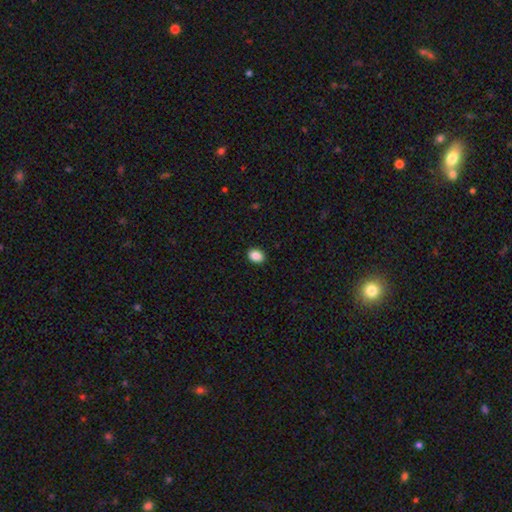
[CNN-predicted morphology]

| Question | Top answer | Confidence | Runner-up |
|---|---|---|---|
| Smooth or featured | smooth | 88% | star or artifact (9%) |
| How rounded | in between | 67% | round (32%) |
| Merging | none | 91% | minor disturbance (6%) |